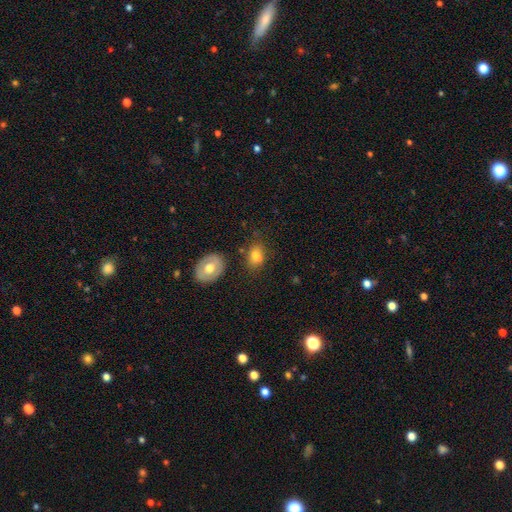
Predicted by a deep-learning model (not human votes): Overall: smooth (75%). How rounded: in between (71%). Merging: none (66%).